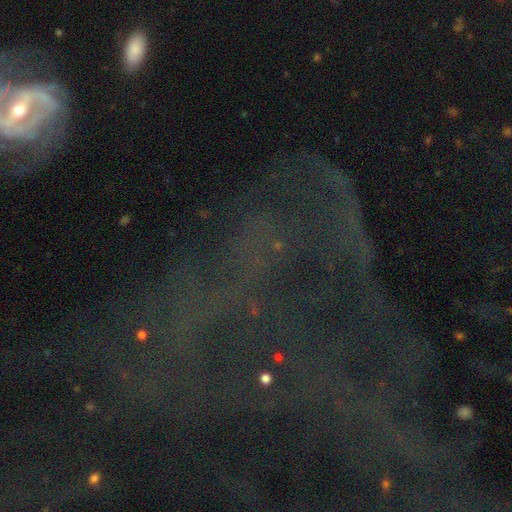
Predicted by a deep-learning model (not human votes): A star or artifact, not a galaxy (66%).

Vote fractions:
- Smooth or featured? star or artifact: 66% / featured or disk: 22% / smooth: 13%